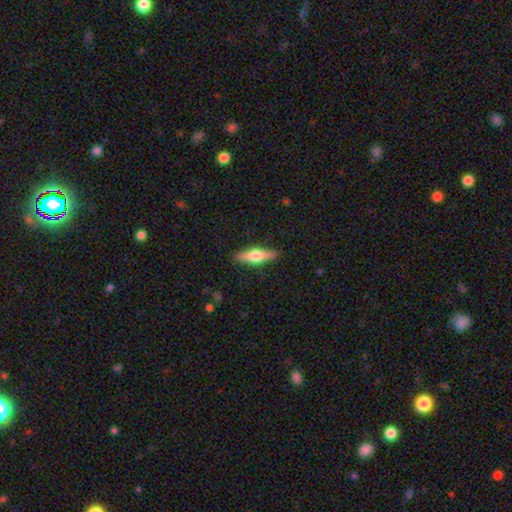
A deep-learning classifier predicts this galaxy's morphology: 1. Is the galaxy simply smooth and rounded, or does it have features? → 52% featured or disk, 43% smooth, 6% star or artifact.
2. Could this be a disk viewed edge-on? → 94% yes, 6% no.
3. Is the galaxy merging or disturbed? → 89% none, 8% minor disturbance, 2% major disturbance, 1% merger.